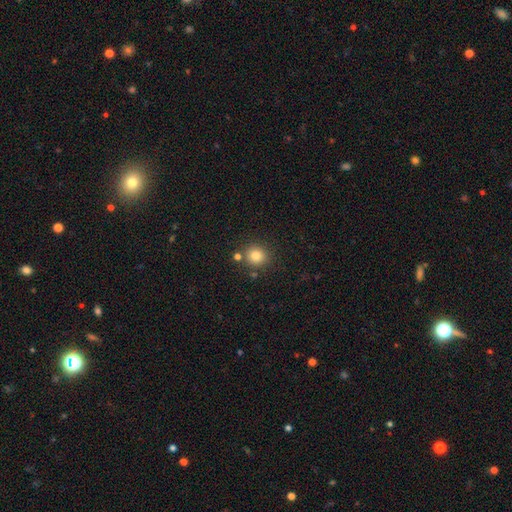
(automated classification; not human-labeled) The model was most divided on "smooth or featured": smooth: 82%, star or artifact: 12%, featured or disk: 6%. More confident: how rounded — round (89%); merging — none (81%).